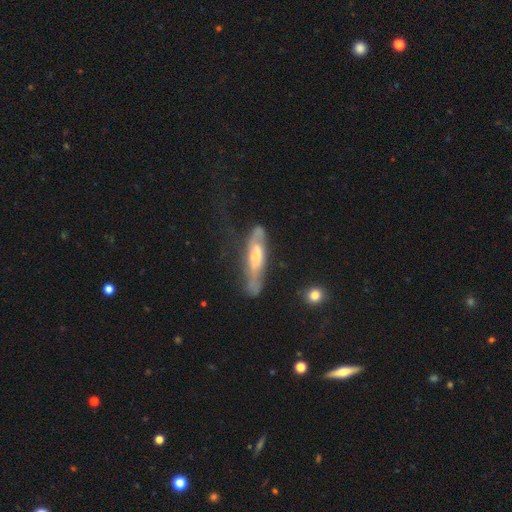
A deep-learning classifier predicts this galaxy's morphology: smooth-or-featured: featured or disk: 63% | smooth: 30% | star or artifact: 7%
  disk-edge-on: yes: 54% | no: 46%
  merging: none: 46% | minor disturbance: 27% | major disturbance: 22% | merger: 5%